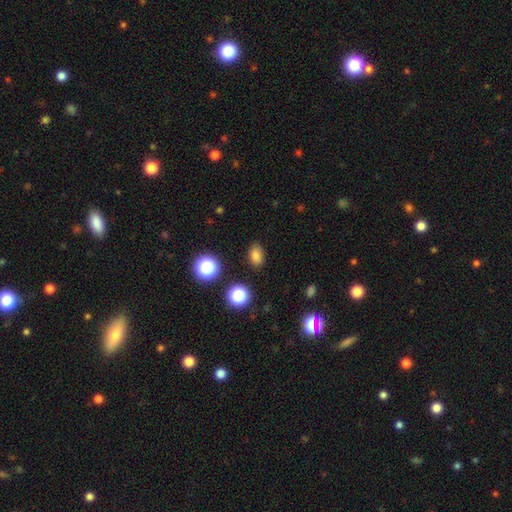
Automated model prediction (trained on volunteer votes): Smooth or featured? smooth (80%)
How rounded? in between (75%)
Merging? none (86%)